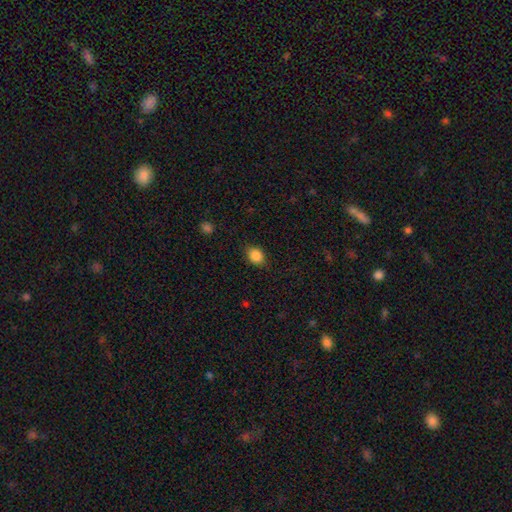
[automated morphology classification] smooth 87%, star or artifact 9%, featured or disk 4%. Down the decision tree: how rounded — in between (55%); merging — none (84%).